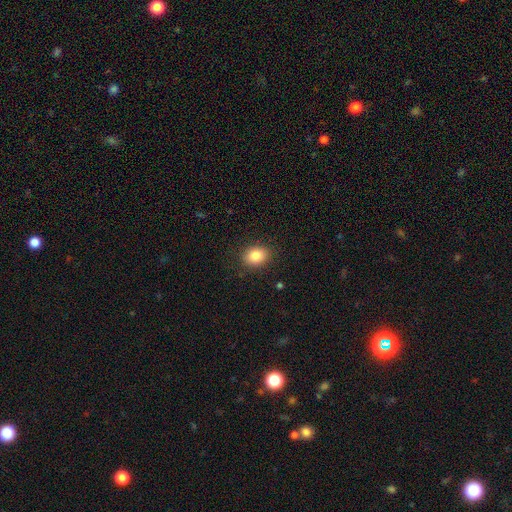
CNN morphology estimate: Overall: smooth (85%). How rounded: in between (60%; round 39%). Merging: none (87%).